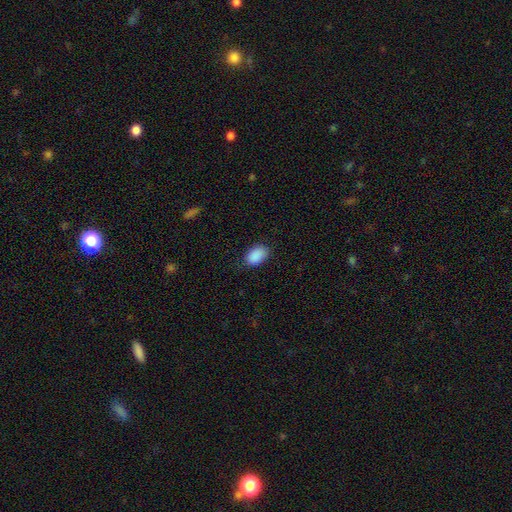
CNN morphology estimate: smooth-or-featured: smooth: 90% | star or artifact: 7% | featured or disk: 3%
  how-rounded: in between: 90% | round: 9% | cigar-shaped: 1%
  merging: none: 80% | minor disturbance: 15% | major disturbance: 3% | merger: 1%